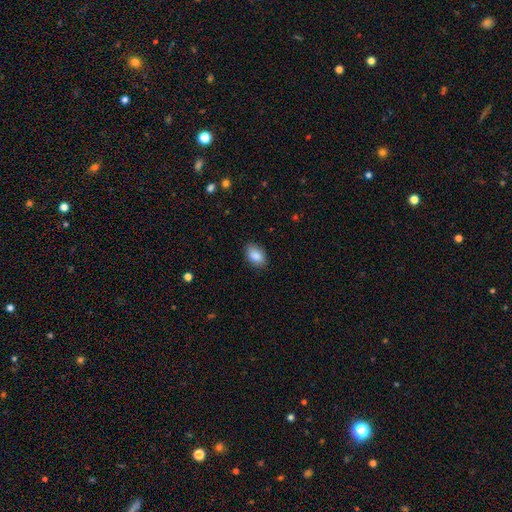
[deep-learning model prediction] A smooth galaxy with no disk features (88%) that is in between round and cigar-shaped (91%).

Vote fractions:
- Smooth or featured? smooth: 88% / star or artifact: 7% / featured or disk: 5%
- How rounded? in between: 91% / round: 8% / cigar-shaped: 2%
- Merging? none: 85% / minor disturbance: 11% / major disturbance: 2% / merger: 1%